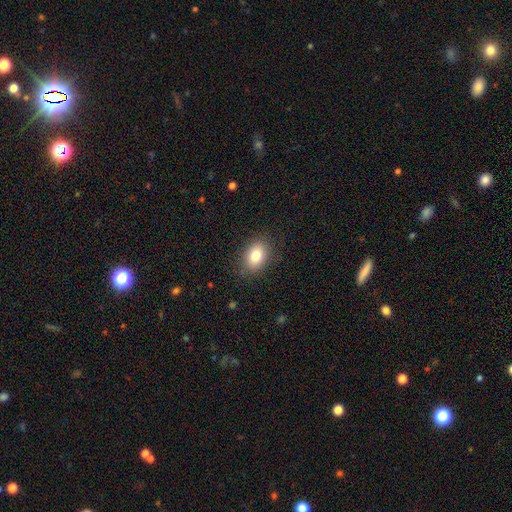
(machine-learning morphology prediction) type=smooth (81%); roundness=in between (73%); merging=none (85%).